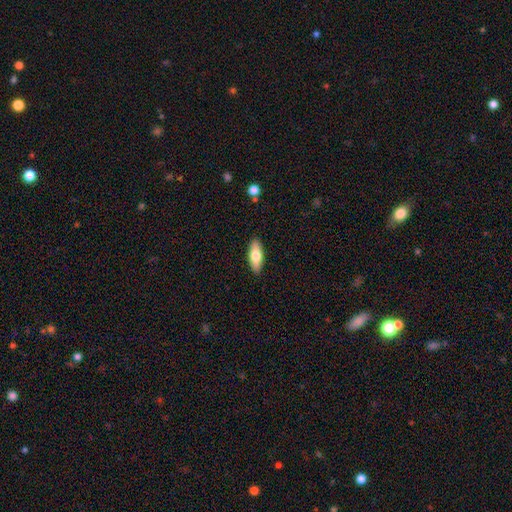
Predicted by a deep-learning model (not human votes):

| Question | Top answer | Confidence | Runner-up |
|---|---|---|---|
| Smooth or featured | smooth | 70% | featured or disk (24%) |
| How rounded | in between | 68% | cigar-shaped (29%) |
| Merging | none | 89% | minor disturbance (8%) |